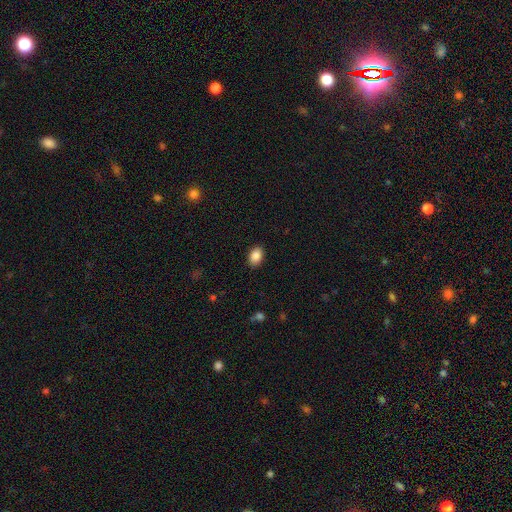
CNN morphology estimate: This is clearly a smooth galaxy (88%). How rounded: clearly in between (84%). Merging: clearly none (89%).